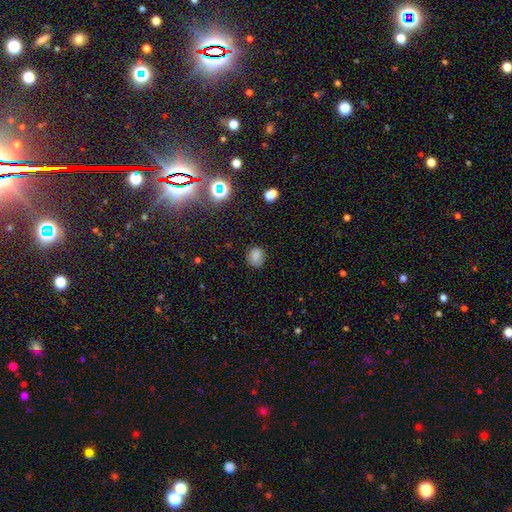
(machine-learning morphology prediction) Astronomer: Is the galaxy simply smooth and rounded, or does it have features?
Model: smooth — 80%.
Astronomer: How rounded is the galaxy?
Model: round — 72%.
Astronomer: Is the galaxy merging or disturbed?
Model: none — 79%.